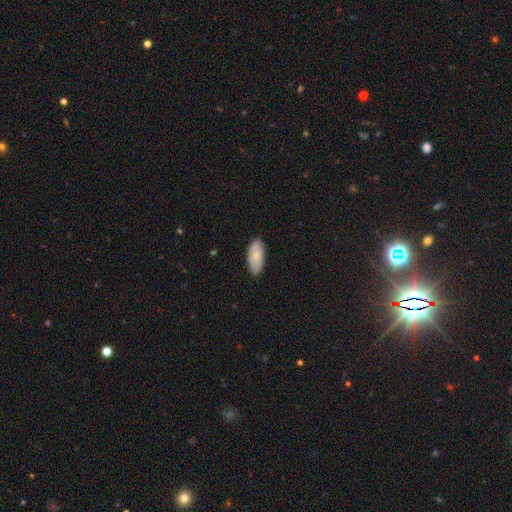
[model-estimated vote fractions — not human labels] This is clearly a smooth galaxy (82%). How rounded: clearly in between (87%). Merging: clearly none (84%).